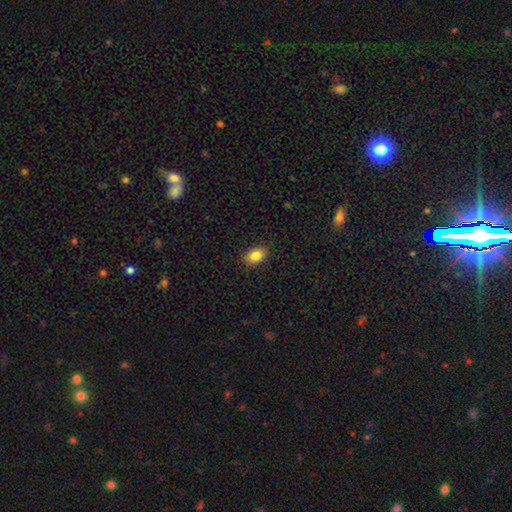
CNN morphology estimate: This appears to be a smooth galaxy with no disk features (83%) that is in between round and cigar-shaped (85%). Merging: none (87%).